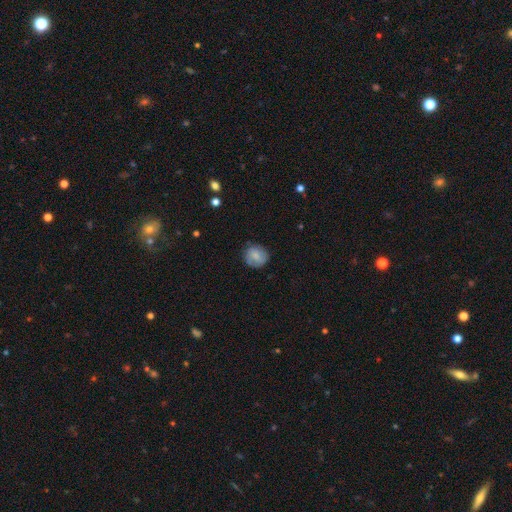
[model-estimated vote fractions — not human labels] This is likely a smooth galaxy (77%). How rounded: clearly round (87%). Merging: clearly none (80%).